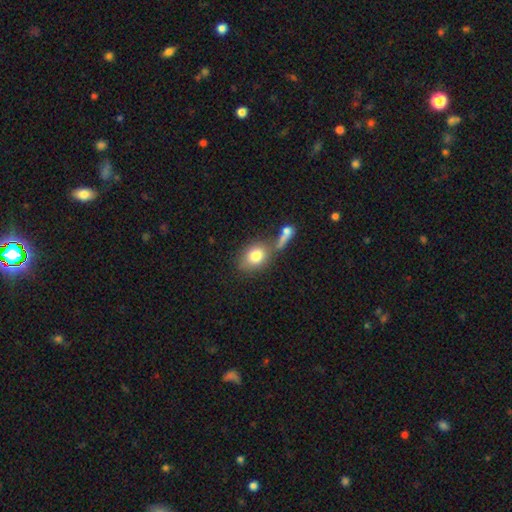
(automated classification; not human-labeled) smooth 80%, featured or disk 12%, star or artifact 8%. Down the decision tree: how rounded — in between (61%); merging — none (52%).